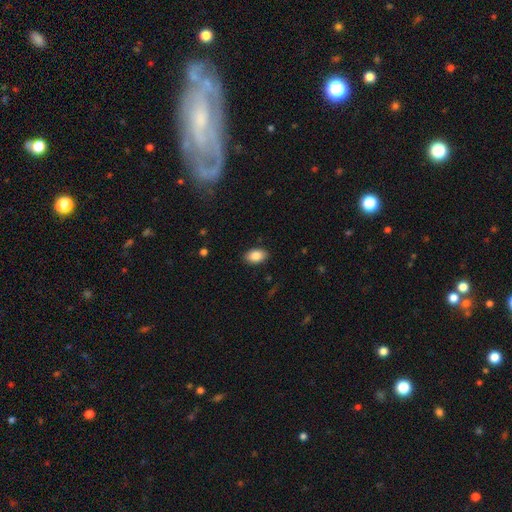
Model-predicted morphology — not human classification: Q: Smooth or featured?
A: smooth (87%); runner-up: star or artifact (7%)
Q: How rounded?
A: in between (91%); runner-up: round (8%)
Q: Merging?
A: none (88%); runner-up: minor disturbance (9%)